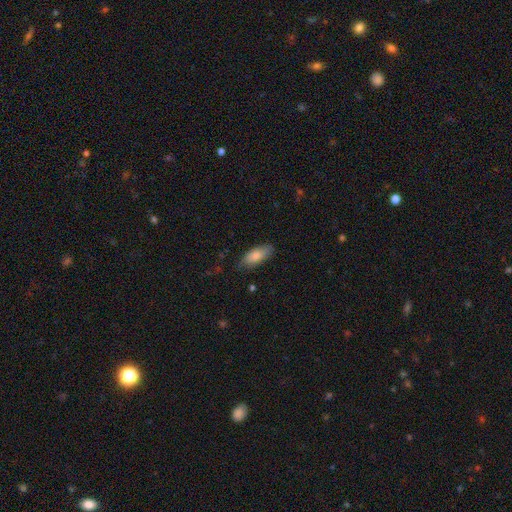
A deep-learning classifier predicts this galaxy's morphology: The model was most divided on "merging": none: 78%, minor disturbance: 17%, major disturbance: 3%, merger: 1%. More confident: smooth or featured — smooth (81%); how rounded — in between (80%).